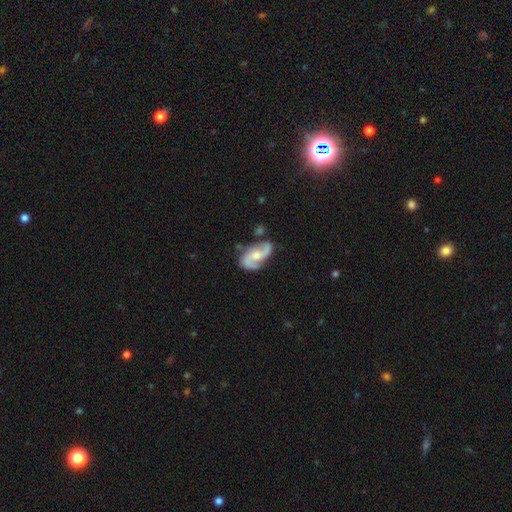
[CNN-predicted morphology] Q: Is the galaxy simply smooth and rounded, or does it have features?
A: featured or disk — 84%.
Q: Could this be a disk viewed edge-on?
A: no — 97%.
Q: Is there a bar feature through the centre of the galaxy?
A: no — 52%.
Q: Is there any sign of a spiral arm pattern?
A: yes — 96%.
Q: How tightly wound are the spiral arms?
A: medium — 49%.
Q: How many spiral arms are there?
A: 2 — 90%.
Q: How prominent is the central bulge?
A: moderate — 56%.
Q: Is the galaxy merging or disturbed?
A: none — 63%.